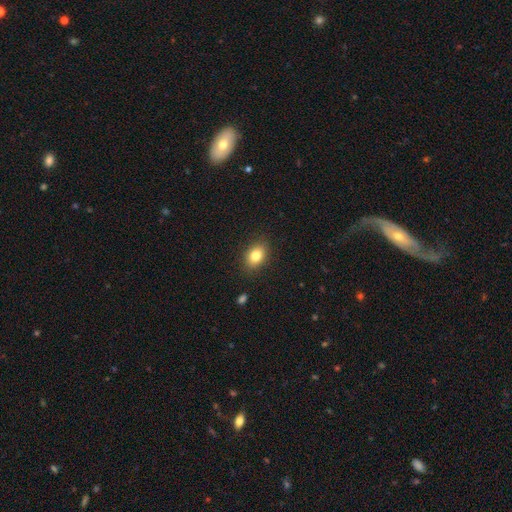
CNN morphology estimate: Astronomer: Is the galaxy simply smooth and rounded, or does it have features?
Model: smooth — 83%.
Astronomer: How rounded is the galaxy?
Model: in between — 77%.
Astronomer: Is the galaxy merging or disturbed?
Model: none — 87%.